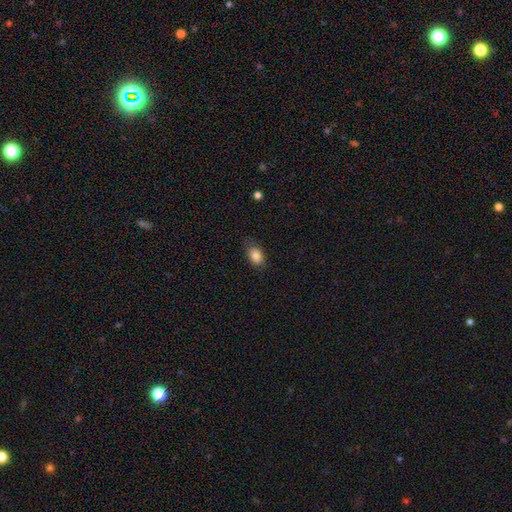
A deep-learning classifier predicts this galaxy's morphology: Smooth or featured?
  - smooth: 86% *
  - star or artifact: 8%
  - featured or disk: 6%
How rounded?
  - in between: 84% *
  - round: 14%
  - cigar-shaped: 2%
Merging?
  - none: 72% *
  - minor disturbance: 21%
  - major disturbance: 5%
  - merger: 1%